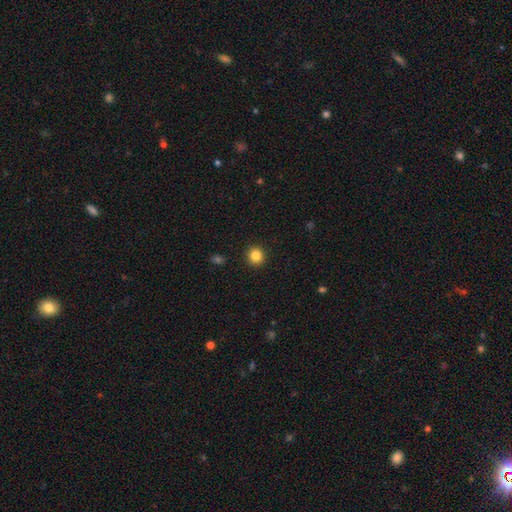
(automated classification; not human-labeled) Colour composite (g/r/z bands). It shows a smooth galaxy with no disk features (84%) that is round (92%). Merging: none (93%).